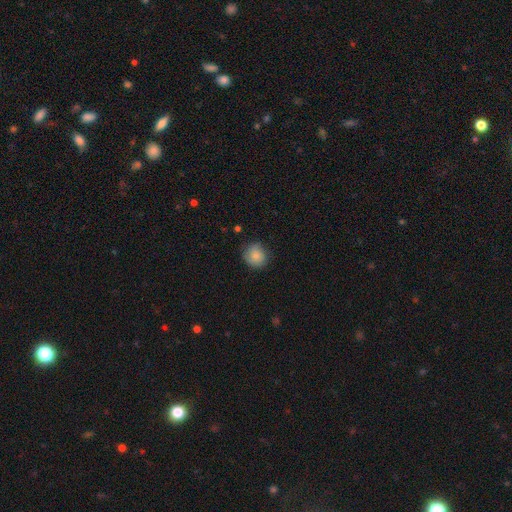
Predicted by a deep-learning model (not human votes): This is clearly a smooth galaxy (85%). How rounded: clearly round (84%). Merging: likely none (78%).